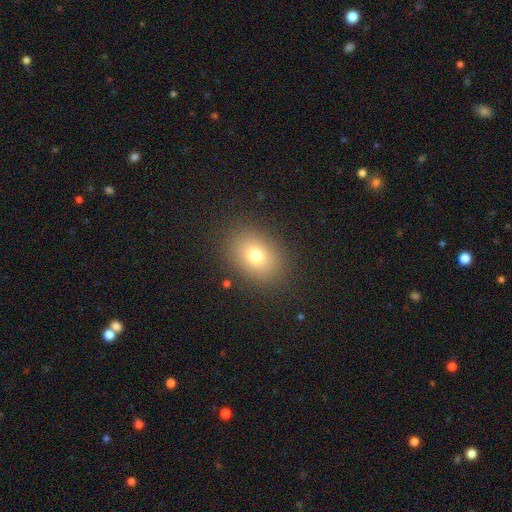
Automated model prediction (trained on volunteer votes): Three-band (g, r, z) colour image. It shows a smooth galaxy with no disk features (74%) that is in between round and cigar-shaped (64%). Merging: none (87%).